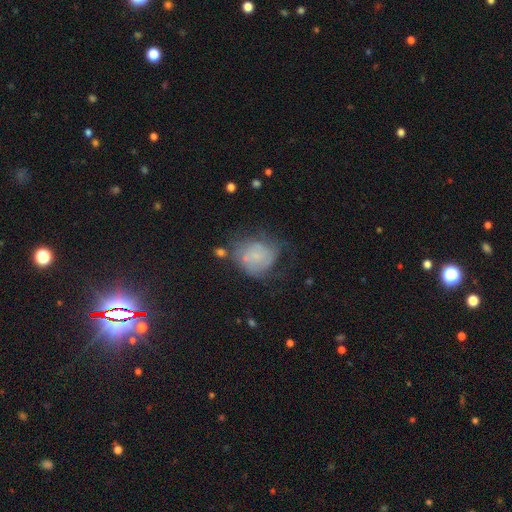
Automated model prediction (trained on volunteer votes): smooth 53%, featured or disk 36%, star or artifact 11%. Down the decision tree: how rounded — round (66%); merging — none (38%).